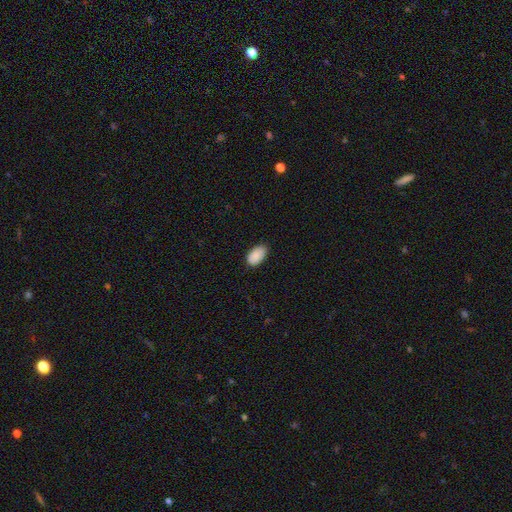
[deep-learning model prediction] smooth 89%, star or artifact 6%, featured or disk 4%. Down the decision tree: how rounded — in between (94%); merging — none (79%).